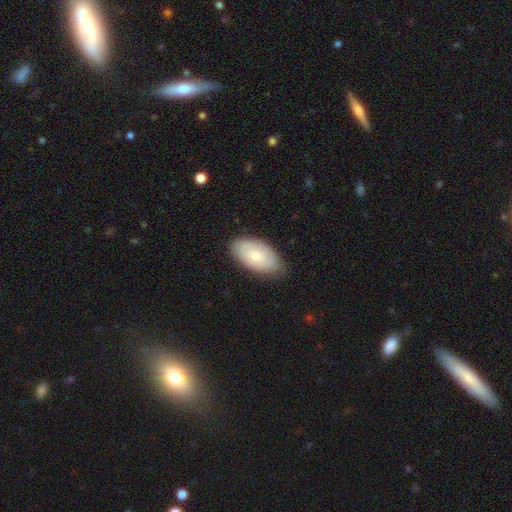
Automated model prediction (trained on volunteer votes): Smooth or featured? smooth (67%)
How rounded? in between (94%)
Merging? none (78%)